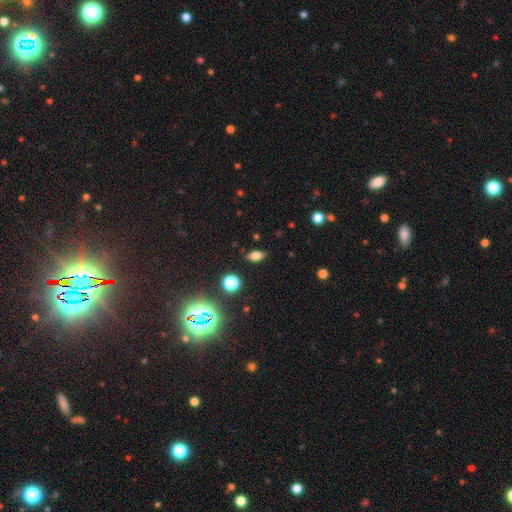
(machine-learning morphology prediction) smooth-or-featured: smooth: 72% | star or artifact: 16% | featured or disk: 12%
  how-rounded: in between: 81% | cigar-shaped: 10% | round: 9%
  merging: none: 86% | minor disturbance: 10% | major disturbance: 2% | merger: 2%